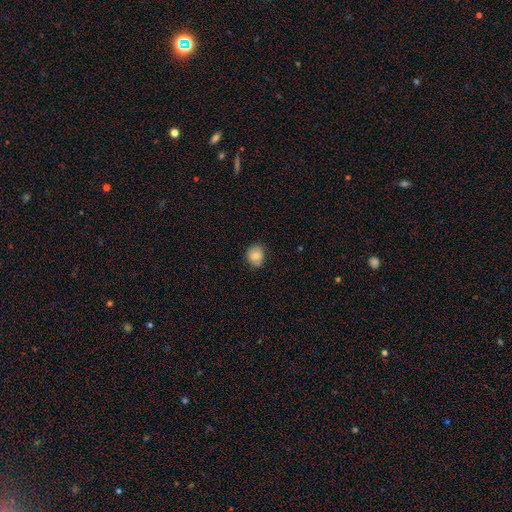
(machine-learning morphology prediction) This appears to be a smooth galaxy with no disk features (81%) that is round (69%). Merging: none (73%).